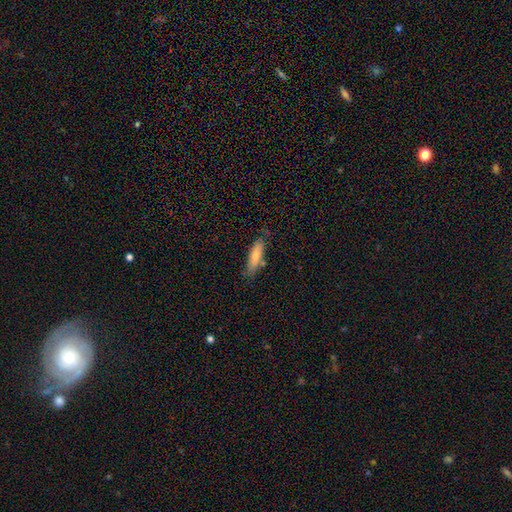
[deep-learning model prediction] This is likely a smooth galaxy (75%). How rounded: possibly cigar-shaped (57%). Merging: likely none (73%).